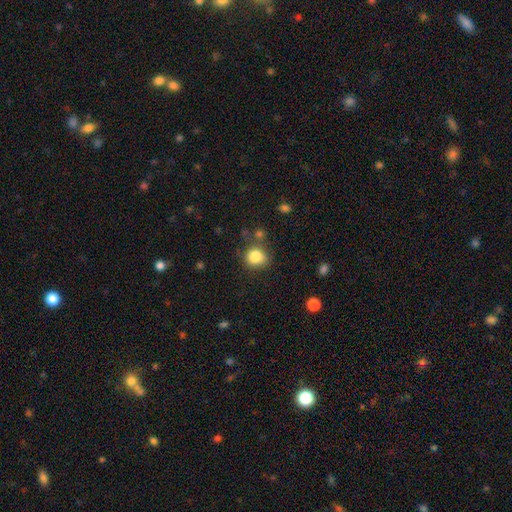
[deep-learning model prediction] The model was most divided on "merging": none: 70%, minor disturbance: 17%, merger: 7%, major disturbance: 6%. More confident: smooth or featured — smooth (85%); how rounded — round (76%).